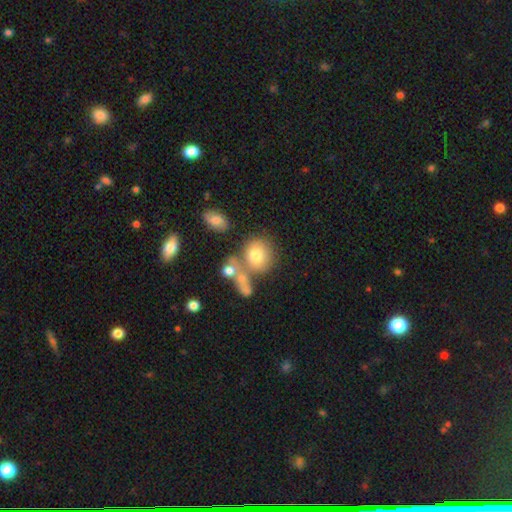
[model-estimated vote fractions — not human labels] Smooth or featured?
  - smooth: 72% *
  - featured or disk: 17%
  - star or artifact: 11%
How rounded?
  - round: 74% *
  - in between: 25%
  - cigar-shaped: 1%
Merging?
  - none: 47% *
  - merger: 33%
  - minor disturbance: 13%
  - major disturbance: 8%